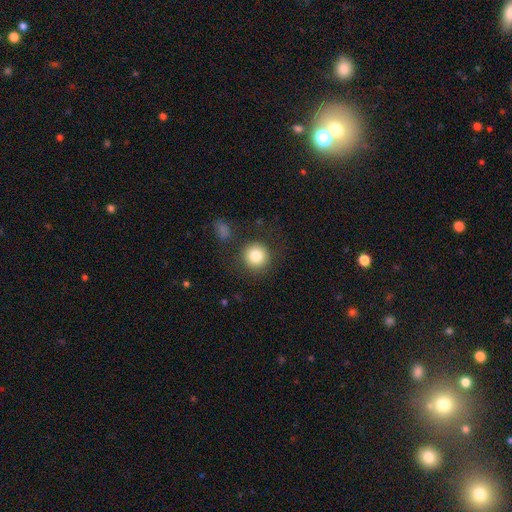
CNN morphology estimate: Smooth or featured? smooth (82%)
How rounded? round (94%)
Merging? none (86%)